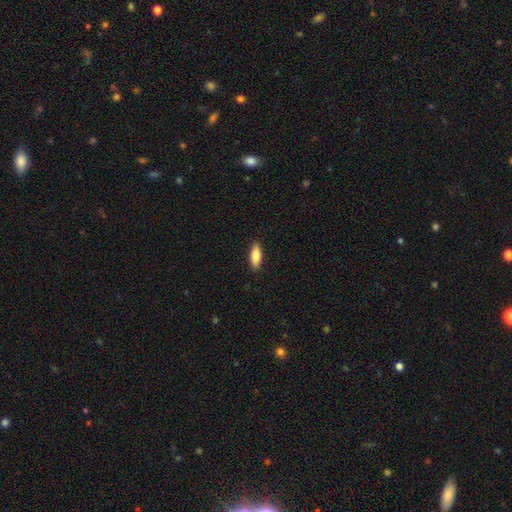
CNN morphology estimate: Overall: smooth (83%). How rounded: in between (71%). Merging: none (90%).